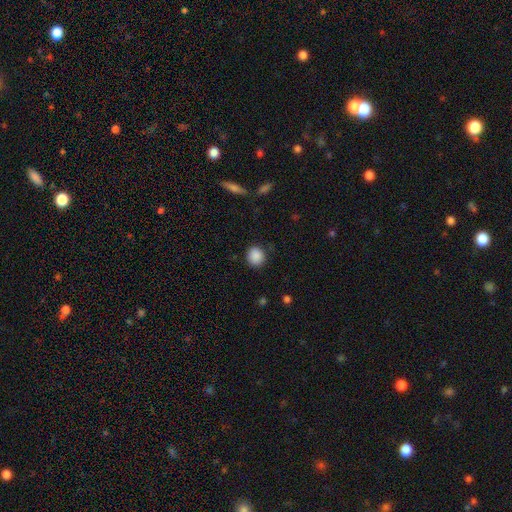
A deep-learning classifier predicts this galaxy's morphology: This is clearly a smooth galaxy (88%). How rounded: clearly round (83%). Merging: clearly none (87%).